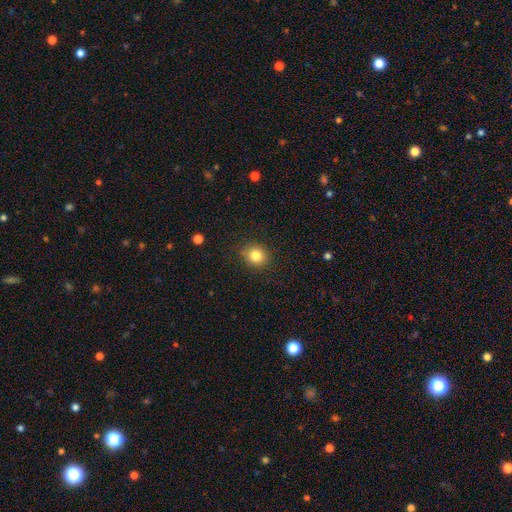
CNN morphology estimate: A smooth galaxy with no disk features (83%) that is round (78%).

Vote fractions:
- Smooth or featured? smooth: 83% / star or artifact: 11% / featured or disk: 7%
- How rounded? round: 78% / in between: 21% / cigar-shaped: 1%
- Merging? none: 87% / minor disturbance: 9% / major disturbance: 3% / merger: 1%